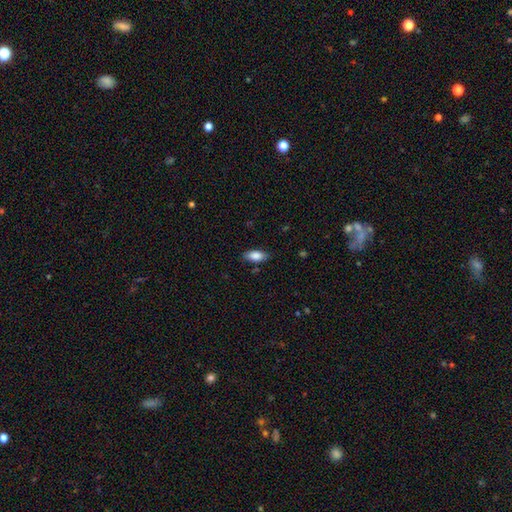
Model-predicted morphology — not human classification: Smooth or featured? smooth (85%)
How rounded? in between (90%)
Merging? none (81%)